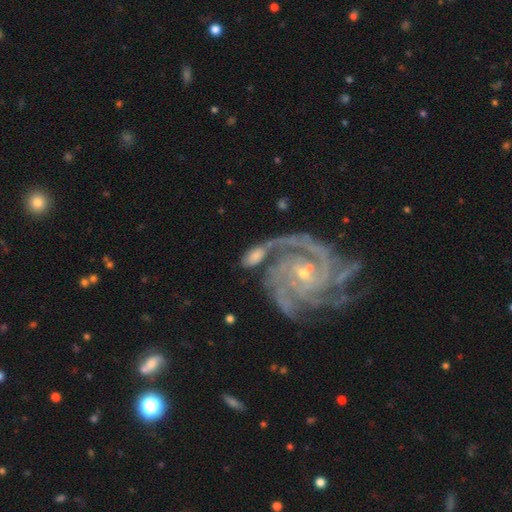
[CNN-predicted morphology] A featured or disk galaxy (51%). Merging: none (47%).